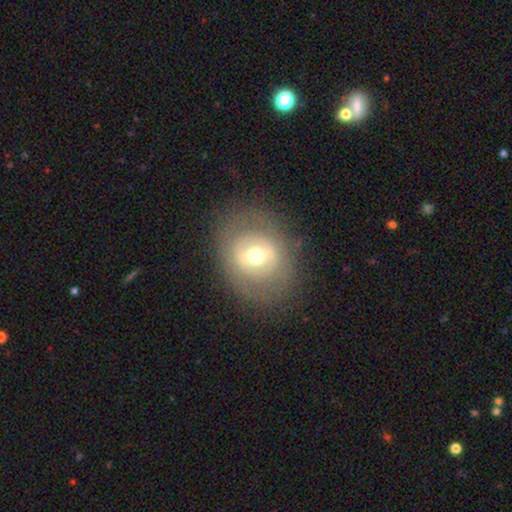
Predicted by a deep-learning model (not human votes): smooth_or_featured: featured or disk (p=0.50) [alt: smooth p=0.41]
disk_edge_on: no (p=0.93) [alt: yes p=0.07]
merging: none (p=0.79) [alt: minor disturbance p=0.13]